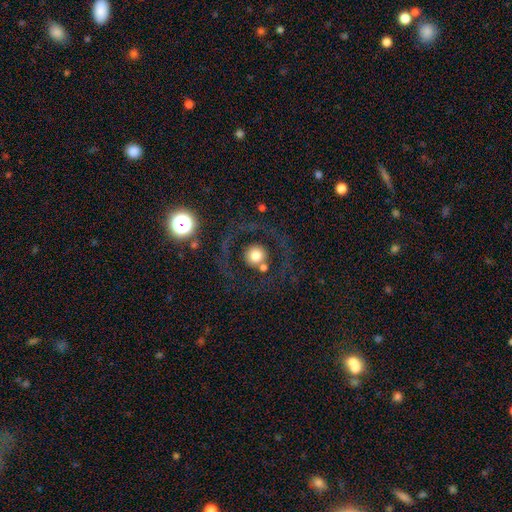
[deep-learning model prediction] This appears to be a smooth galaxy with no disk features (56%) that is round (94%). Merging: none (69%).